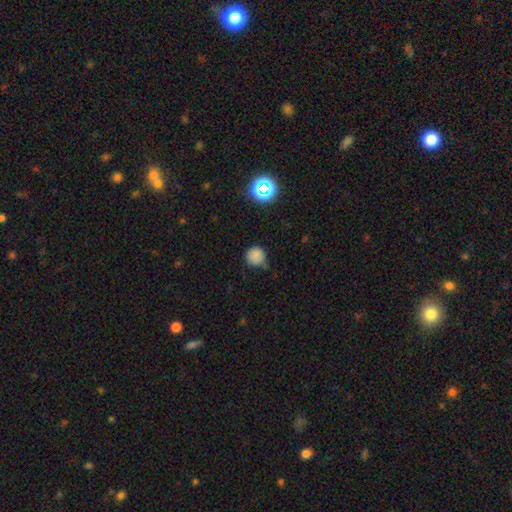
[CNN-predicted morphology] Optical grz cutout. It shows a smooth galaxy with no disk features (79%) that is round (94%). Merging: none (71%).